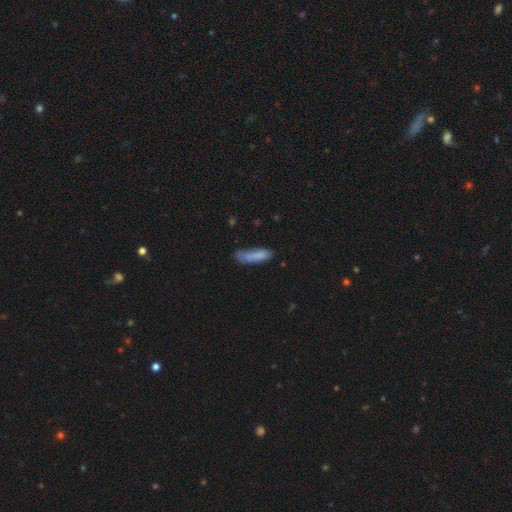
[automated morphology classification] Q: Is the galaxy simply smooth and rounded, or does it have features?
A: smooth — 79%.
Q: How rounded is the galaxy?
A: cigar-shaped — 66%.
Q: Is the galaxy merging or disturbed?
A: none — 49%.